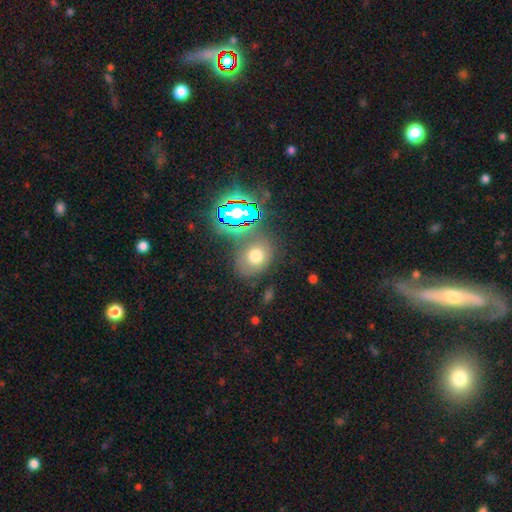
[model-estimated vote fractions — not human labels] smooth 61%, star or artifact 22%, featured or disk 16%. Down the decision tree: how rounded — round (53%); merging — none (68%).